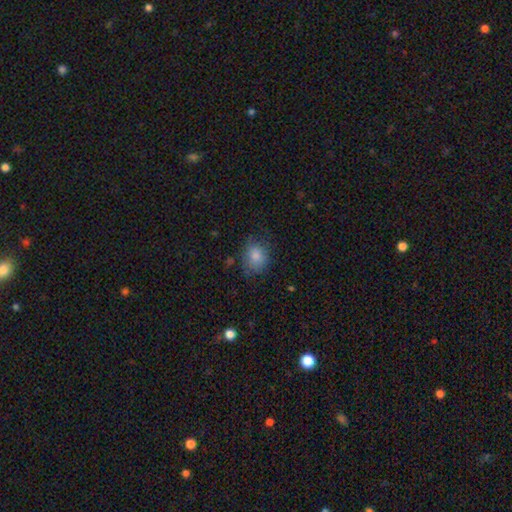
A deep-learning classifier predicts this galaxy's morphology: Smooth or featured? Predicted: smooth (p=0.81). How rounded? Predicted: round (p=0.54). Merging? Predicted: none (p=0.70).